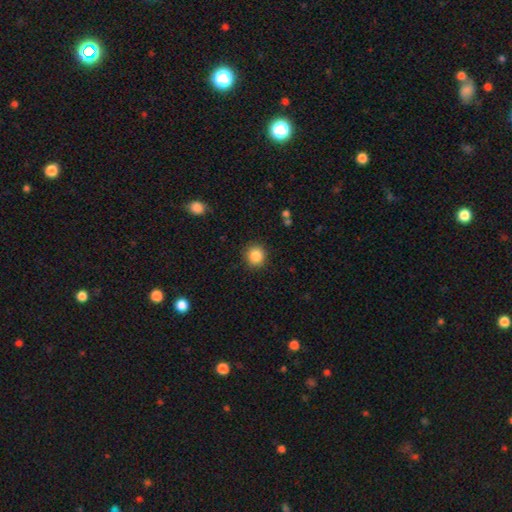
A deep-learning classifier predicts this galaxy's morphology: type=smooth (86%); roundness=round (90%); merging=none (89%).